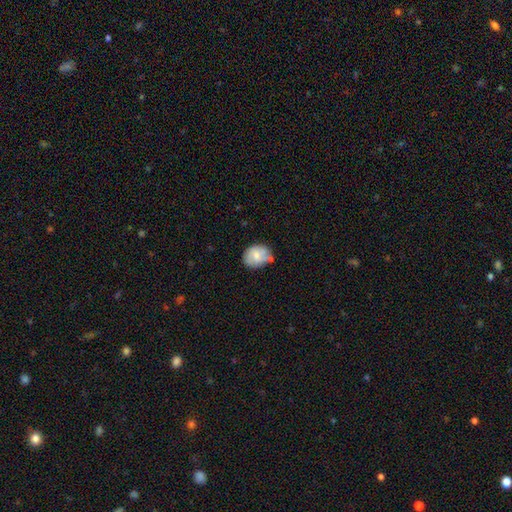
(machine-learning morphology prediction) Smooth or featured? smooth (69%)
How rounded? in between (53%)
Merging? none (56%)